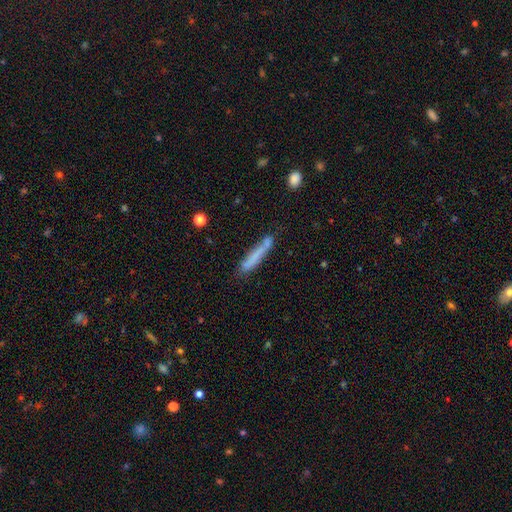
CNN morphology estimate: Q: Smooth or featured?
A: smooth (69%); runner-up: featured or disk (23%)
Q: How rounded?
A: cigar-shaped (93%); runner-up: in between (5%)
Q: Merging?
A: none (69%); runner-up: minor disturbance (18%)